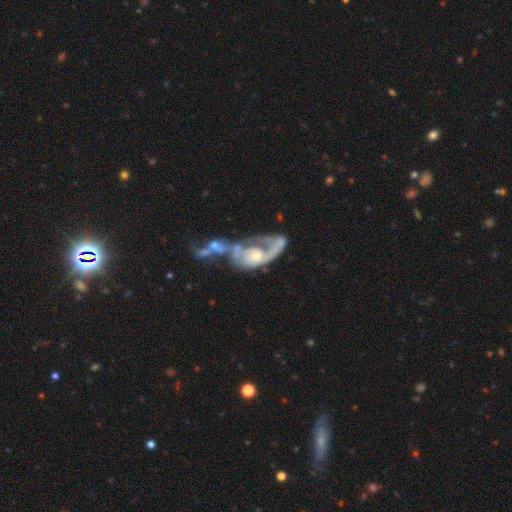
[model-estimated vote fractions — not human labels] The model was most divided on "spiral winding" (2-way tie): loose: 36%, medium: 36%, tight: 28%. Remaining: edge-on disk — no (95%); smooth or featured — featured or disk (79%); spiral arms — yes (79%); bar — no (71%); merging — merger (54%); bulge size — moderate (50%); spiral arm count — 1 (42%).